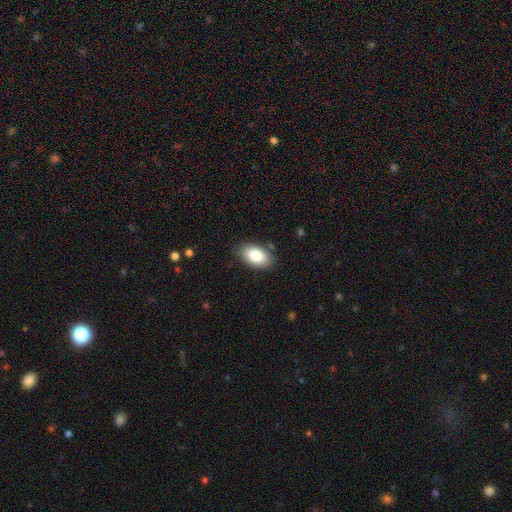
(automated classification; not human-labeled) Overall: smooth (83%). How rounded: in between (93%). Merging: none (84%).